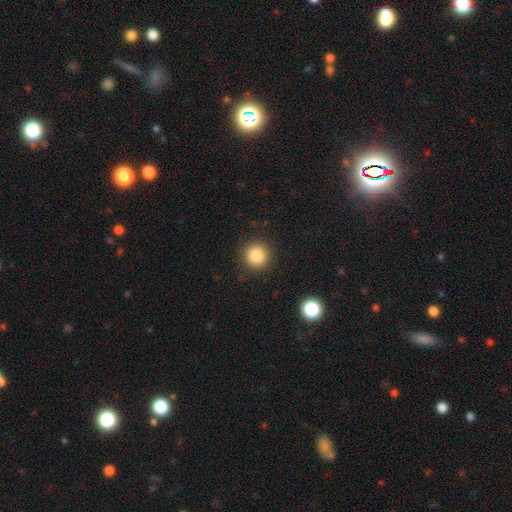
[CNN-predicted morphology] A smooth galaxy with no disk features (85%) that is round (93%).

Vote fractions:
- Smooth or featured? smooth: 85% / star or artifact: 11% / featured or disk: 5%
- How rounded? round: 93% / in between: 6% / cigar-shaped: 1%
- Merging? none: 90% / minor disturbance: 6% / major disturbance: 2% / merger: 1%